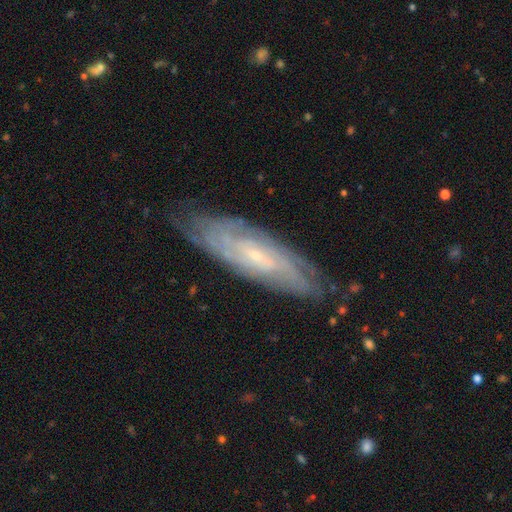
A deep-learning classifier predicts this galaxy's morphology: This is likely a featured or disk galaxy (79%). It is likely not viewed edge-on (79%). Bar: likely no (60%). Spiral arm pattern: clearly yes (92%). Spiral arm count: possibly can't tell (54%). Spiral winding: likely tight (72%). Central bulge: clearly small (82%). Merging: likely none (78%).